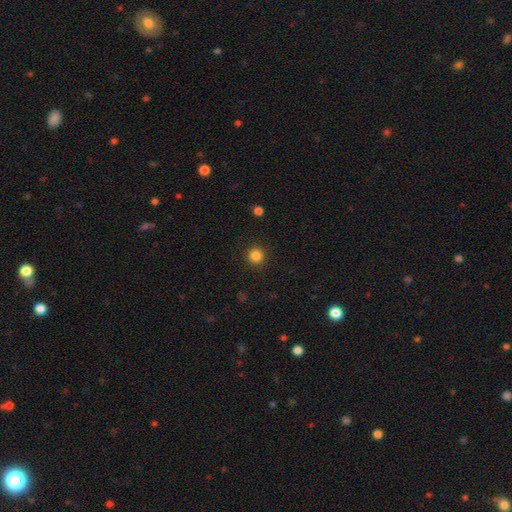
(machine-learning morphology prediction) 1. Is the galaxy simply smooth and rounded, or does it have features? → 85% smooth, 12% star or artifact, 4% featured or disk.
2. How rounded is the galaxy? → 95% round, 4% in between, 1% cigar-shaped.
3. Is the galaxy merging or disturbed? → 92% none, 5% minor disturbance, 2% major disturbance, 1% merger.